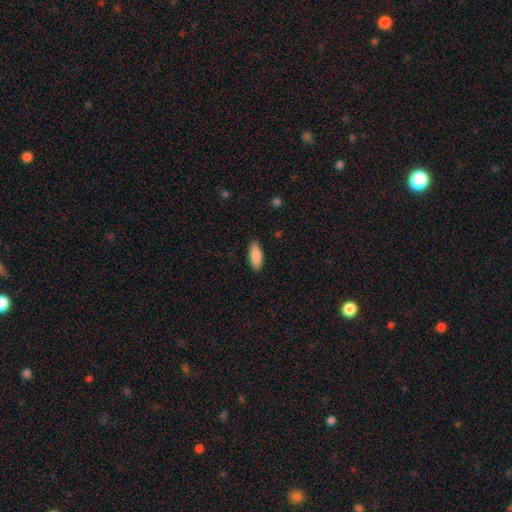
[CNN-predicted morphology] Smooth or featured?
  - smooth: 89% *
  - star or artifact: 6%
  - featured or disk: 5%
How rounded?
  - in between: 74% *
  - cigar-shaped: 24%
  - round: 2%
Merging?
  - none: 87% *
  - minor disturbance: 10%
  - major disturbance: 2%
  - merger: 1%